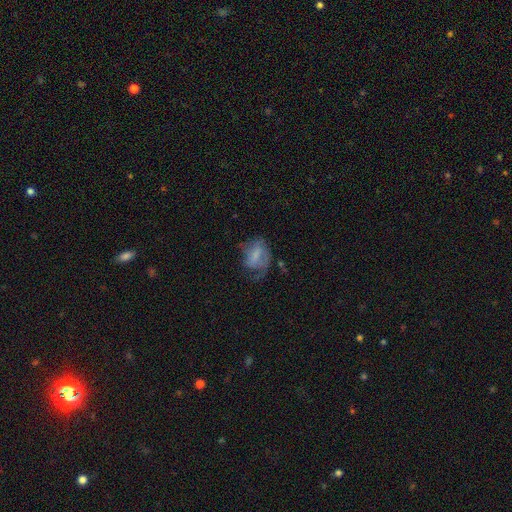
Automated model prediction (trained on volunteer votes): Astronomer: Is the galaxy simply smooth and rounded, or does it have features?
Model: featured or disk — 47% (runner-up: smooth, 44%).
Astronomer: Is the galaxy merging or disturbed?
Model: major disturbance — 36% (runner-up: none, 35%).